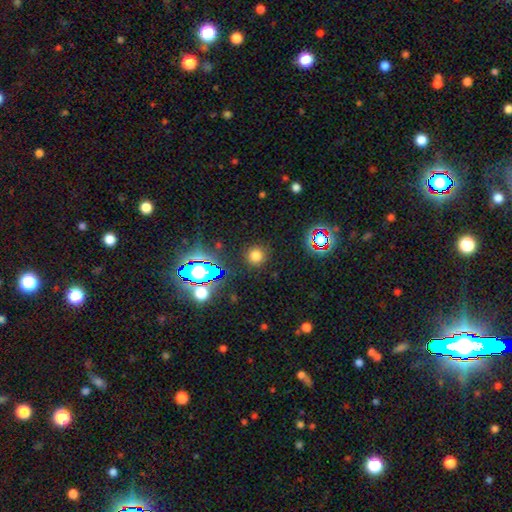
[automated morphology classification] Smooth or featured? Predicted: smooth (p=0.72). How rounded? Predicted: round (p=0.94). Merging? Predicted: none (p=0.88).